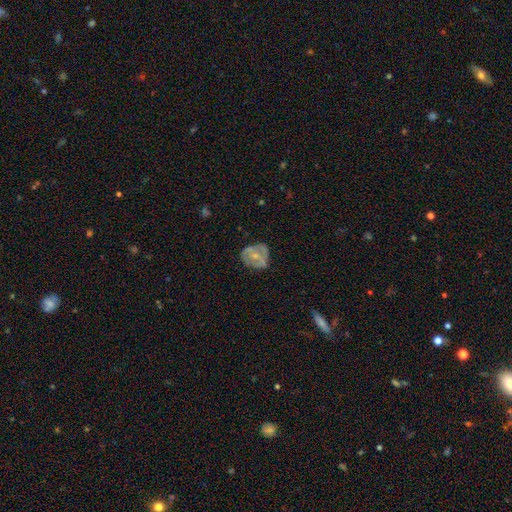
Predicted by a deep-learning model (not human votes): Smooth or featured? featured or disk (53%)
Edge-on disk? no (96%)
Bar? no (66%)
Spiral arms? no (64%)
Bulge size? small (50%)
Merging? none (57%)